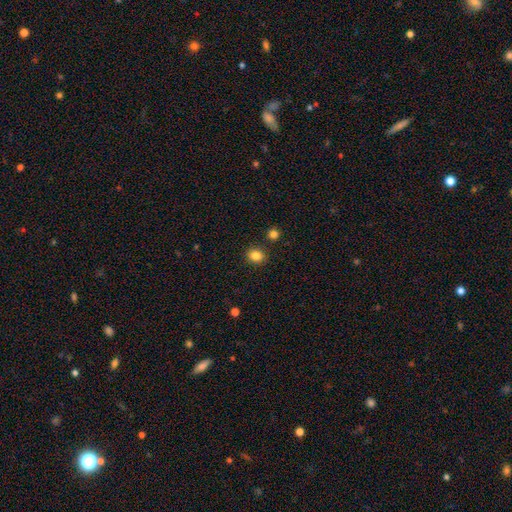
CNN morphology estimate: Smooth or featured: smooth — 84% (star or artifact — 11%)
How rounded: round — 72% (in between — 27%)
Merging: none — 88% (minor disturbance — 7%)